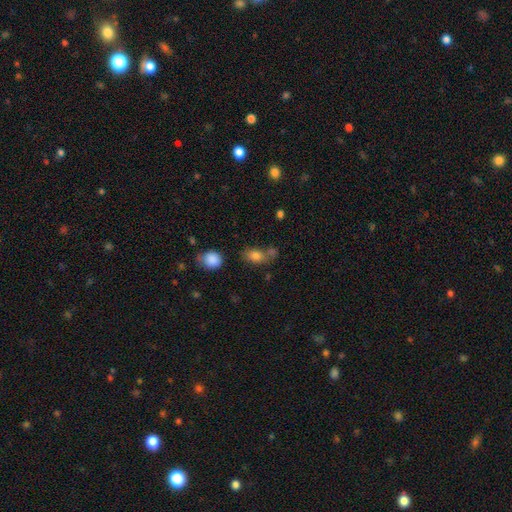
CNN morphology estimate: Smooth or featured? Predicted: smooth (p=0.80). How rounded? Predicted: in between (p=0.77). Merging? Predicted: none (p=0.50).